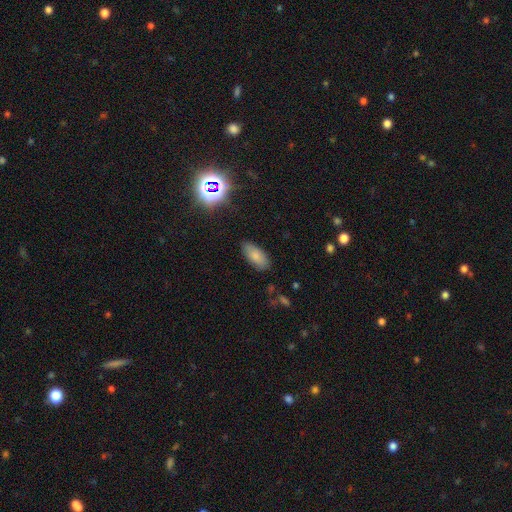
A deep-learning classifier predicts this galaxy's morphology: A smooth galaxy with no disk features (81%) that is in between round and cigar-shaped (88%).

Vote fractions:
- Smooth or featured? smooth: 81% / featured or disk: 10% / star or artifact: 9%
- How rounded? in between: 88% / cigar-shaped: 9% / round: 2%
- Merging? none: 83% / minor disturbance: 13% / major disturbance: 3% / merger: 1%